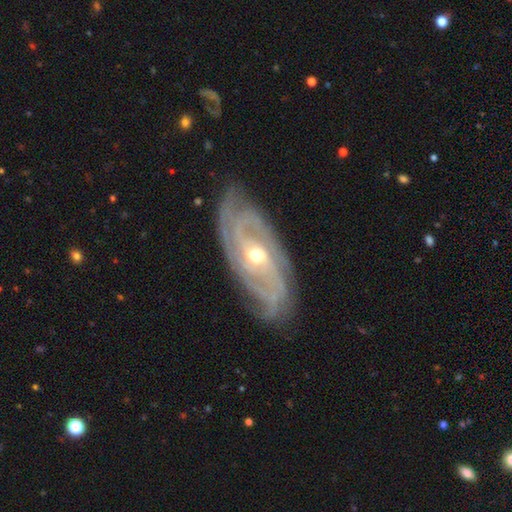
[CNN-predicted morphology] A featured or disk galaxy (89%) with no bar (54%), 2 (29%) tight (64%) spiral arms (96%) and a moderate central bulge (56%). Merging: none (77%).